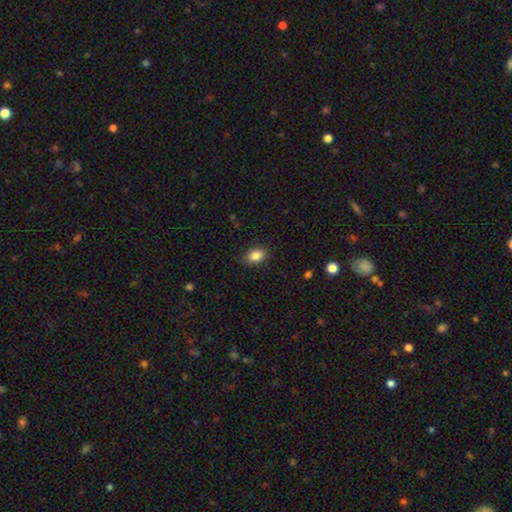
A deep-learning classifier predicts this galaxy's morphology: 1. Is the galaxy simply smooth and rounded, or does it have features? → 85% smooth, 9% star or artifact, 6% featured or disk.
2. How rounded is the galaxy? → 75% in between, 24% round, 1% cigar-shaped.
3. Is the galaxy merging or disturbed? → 86% none, 10% minor disturbance, 2% major disturbance, 1% merger.